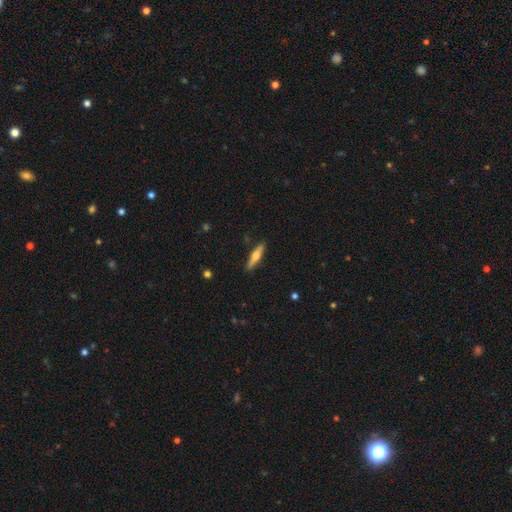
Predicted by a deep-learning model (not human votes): Smooth or featured?
  - featured or disk: 51% *
  - smooth: 44%
  - star or artifact: 6%
Edge-on disk?
  - yes: 95% *
  - no: 5%
Merging?
  - none: 89% *
  - minor disturbance: 8%
  - major disturbance: 2%
  - merger: 1%